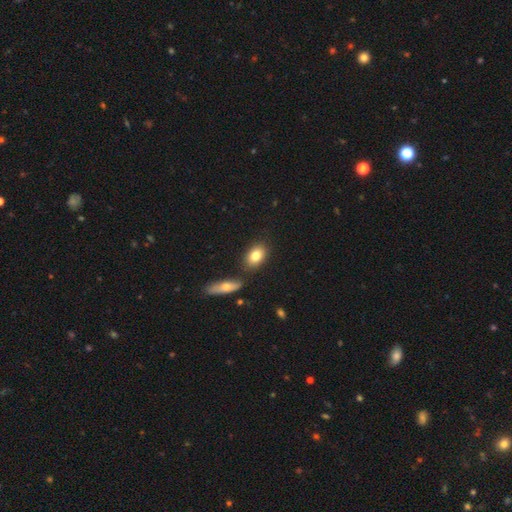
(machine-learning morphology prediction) type=smooth (80%); roundness=in between (81%); merging=none (78%).